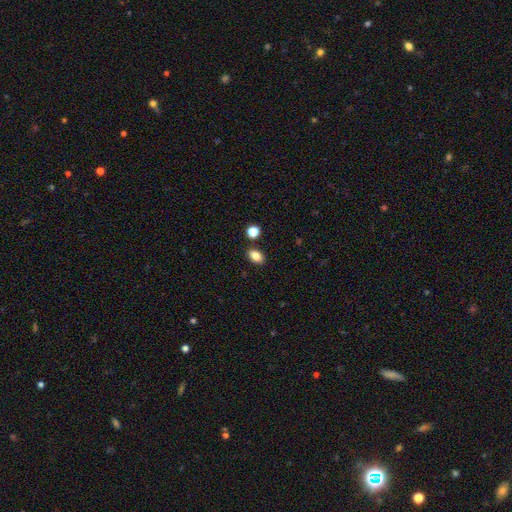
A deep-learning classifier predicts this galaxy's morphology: This appears to be a smooth galaxy with no disk features (84%) that is in between round and cigar-shaped (84%). Merging: none (82%).